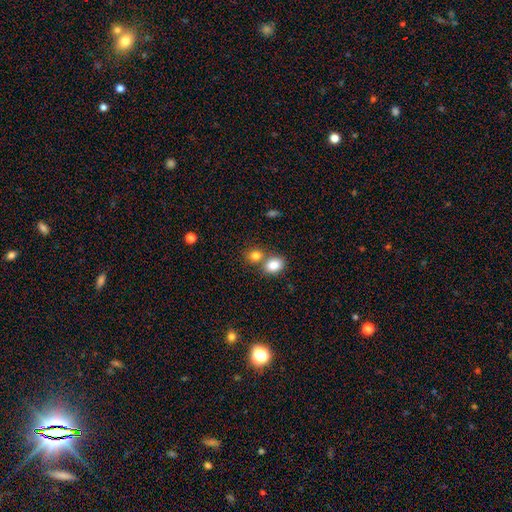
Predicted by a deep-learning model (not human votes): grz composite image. It shows a smooth galaxy with no disk features (82%) that is round (65%). Merging: none (51%).